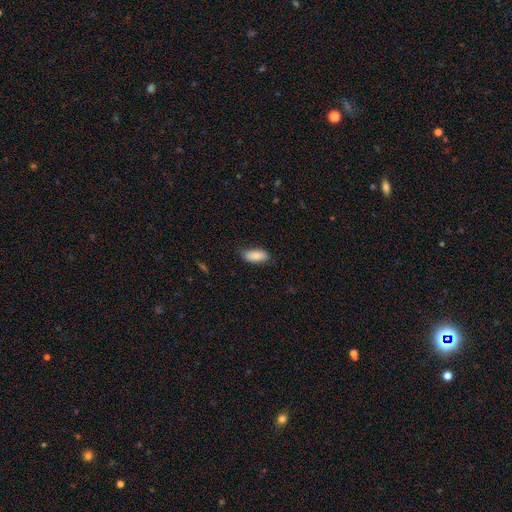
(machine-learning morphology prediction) Smooth or featured? smooth (83%)
How rounded? in between (90%)
Merging? none (77%)